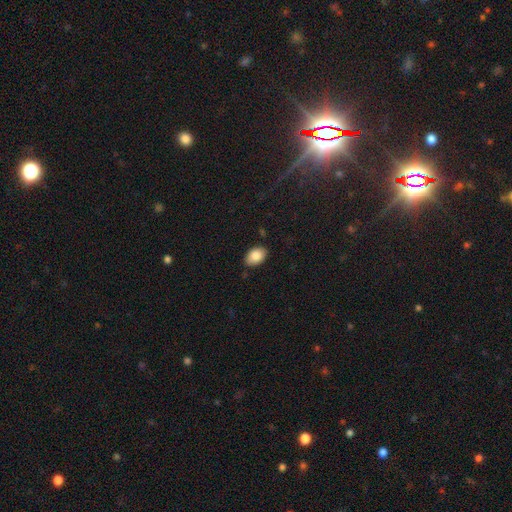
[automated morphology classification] smooth_or_featured: smooth (p=0.86) [alt: star or artifact p=0.07]
how_rounded: in between (p=0.89) [alt: round p=0.10]
merging: none (p=0.83) [alt: minor disturbance p=0.13]